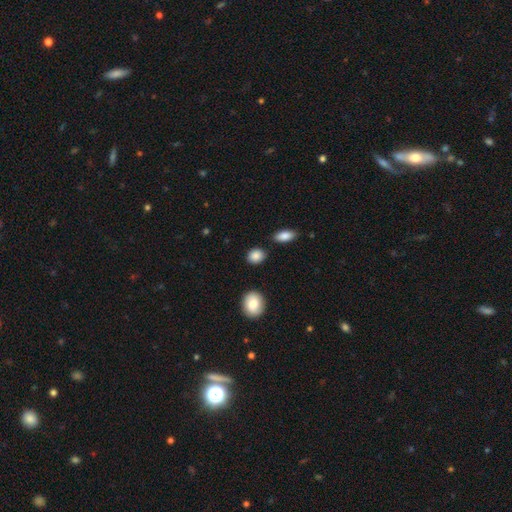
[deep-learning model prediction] Smooth or featured: smooth — 88% (star or artifact — 8%)
How rounded: round — 57% (in between — 42%)
Merging: none — 84% (minor disturbance — 10%)